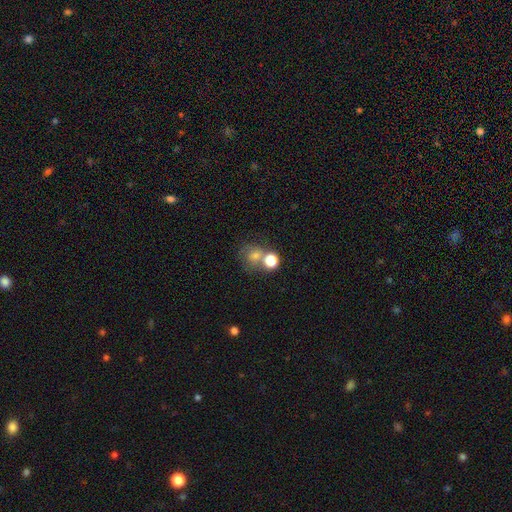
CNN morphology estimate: This is likely a smooth galaxy (66%). How rounded: likely round (75%). Merging: marginally none (42%).